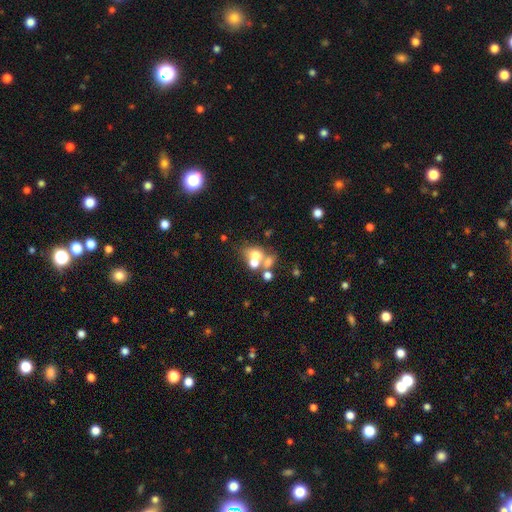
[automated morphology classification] The model was most divided on "how rounded" (2-way tie): round: 49%, in between: 49%, cigar-shaped: 2%. More confident: merging — merger (55%); smooth or featured — smooth (54%).